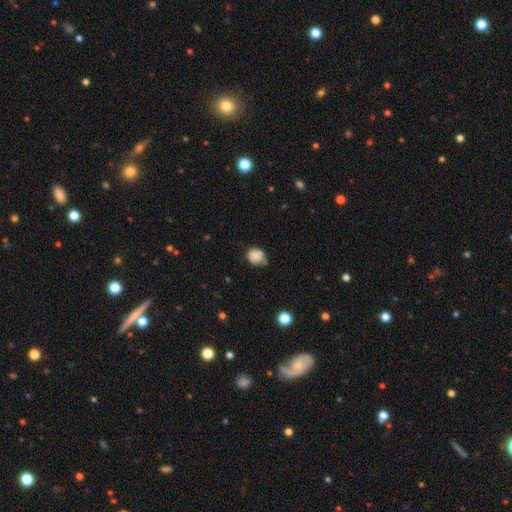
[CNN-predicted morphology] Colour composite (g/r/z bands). It shows a smooth galaxy with no disk features (81%) that is round (74%). Merging: none (53%).